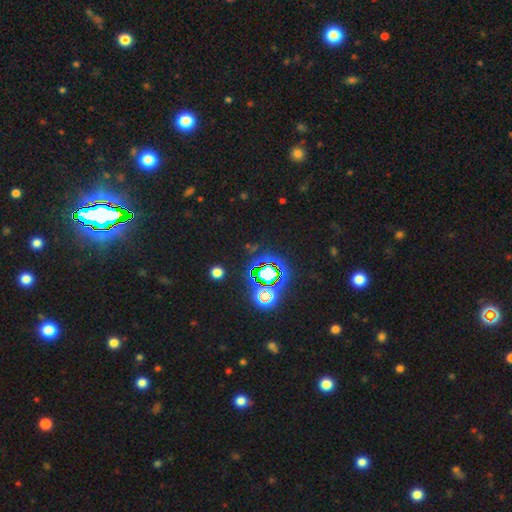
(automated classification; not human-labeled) Smooth or featured?
  - star or artifact: 80% *
  - smooth: 13%
  - featured or disk: 8%